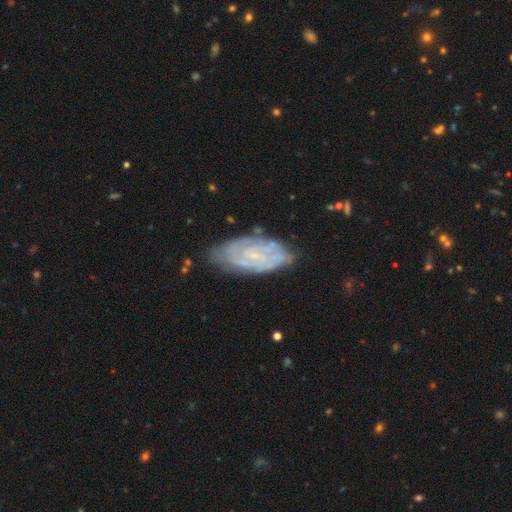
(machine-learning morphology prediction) Overall: featured or disk (70%). Edge-on disk: no (93%). Bar: no (56%; weak 35%). Spiral arms: yes (77%). Bulge size: small (66%). Merging: none (66%).